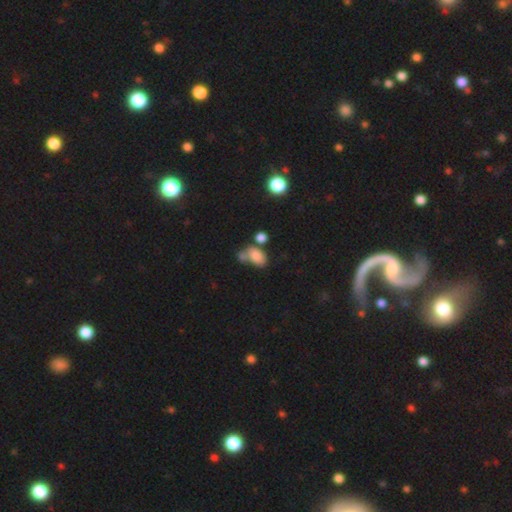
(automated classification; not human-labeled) The model was most divided on "merging": merger: 39%, none: 36%, minor disturbance: 16%, major disturbance: 9%. More confident: how rounded — in between (85%); smooth or featured — smooth (80%).